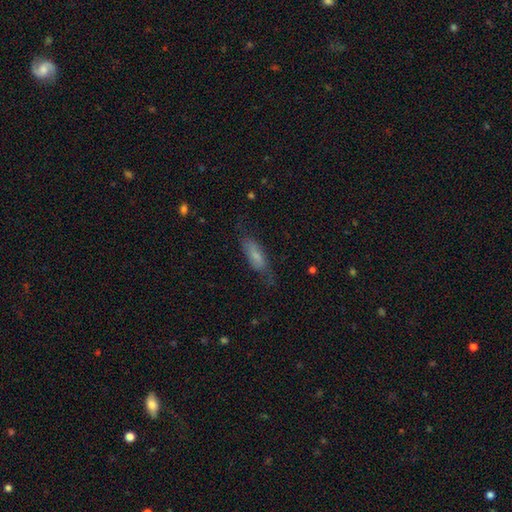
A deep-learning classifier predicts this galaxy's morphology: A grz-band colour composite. It shows a smooth galaxy with no disk features (55%) that is in between round and cigar-shaped (58%). Merging: none (61%).